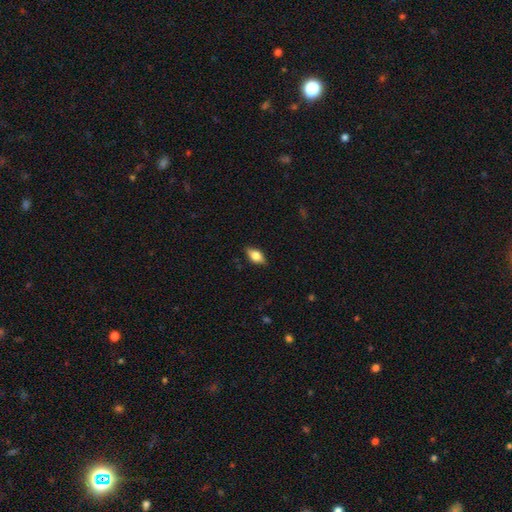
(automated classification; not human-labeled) Smooth or featured: smooth — 65% (featured or disk — 27%)
How rounded: in between — 84% (cigar-shaped — 8%)
Merging: none — 84% (minor disturbance — 12%)